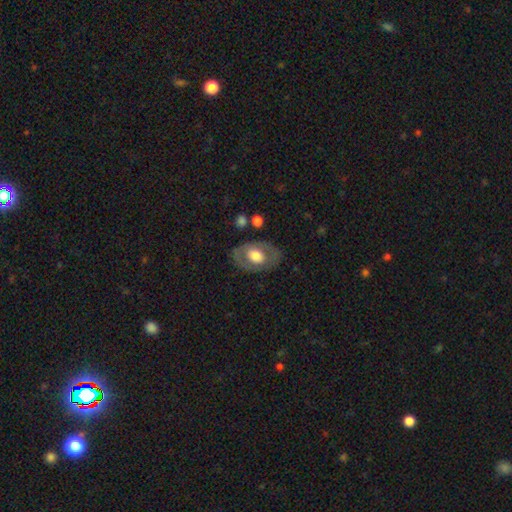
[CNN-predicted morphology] Smooth or featured? Predicted: featured or disk (p=0.47, tied with smooth). Merging? Predicted: none (p=0.77).